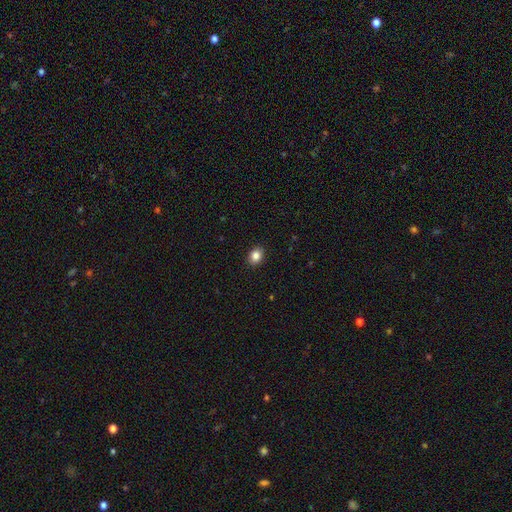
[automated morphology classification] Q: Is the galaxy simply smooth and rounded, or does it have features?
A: smooth — 85%.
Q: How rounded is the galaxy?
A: in between — 61%.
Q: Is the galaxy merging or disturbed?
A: none — 91%.